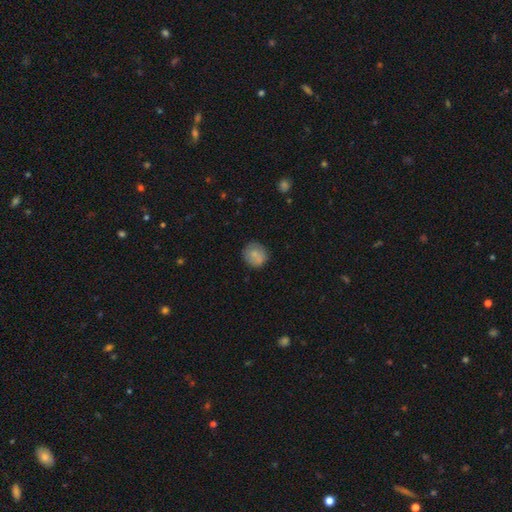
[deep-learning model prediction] Smooth or featured? smooth (79%)
How rounded? round (87%)
Merging? none (77%)